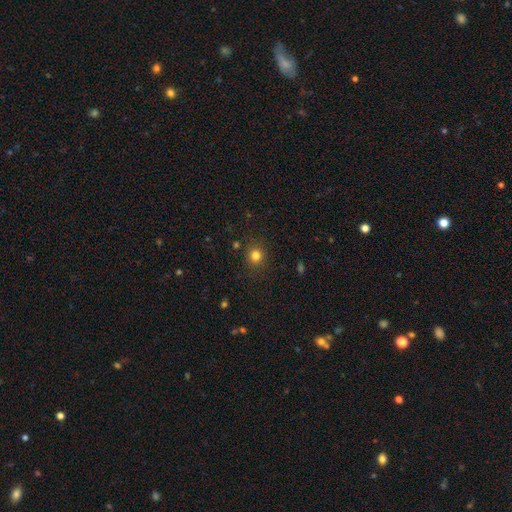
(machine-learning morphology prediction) type=smooth (80%); roundness=round (89%); merging=none (88%).